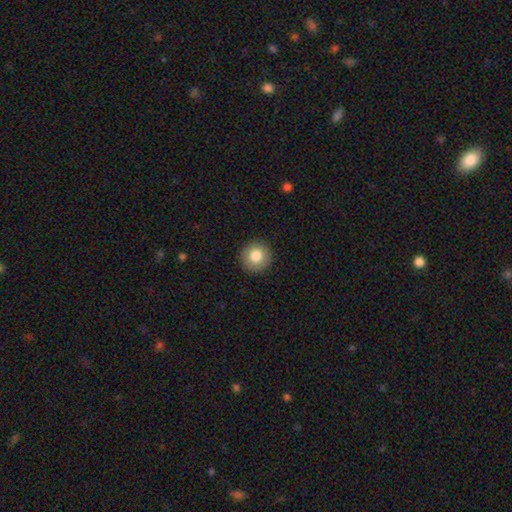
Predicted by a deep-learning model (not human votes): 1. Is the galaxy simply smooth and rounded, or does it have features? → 81% smooth, 10% featured or disk, 8% star or artifact.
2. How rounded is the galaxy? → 95% round, 4% in between, 1% cigar-shaped.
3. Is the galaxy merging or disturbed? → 92% none, 6% minor disturbance, 2% major disturbance, 1% merger.